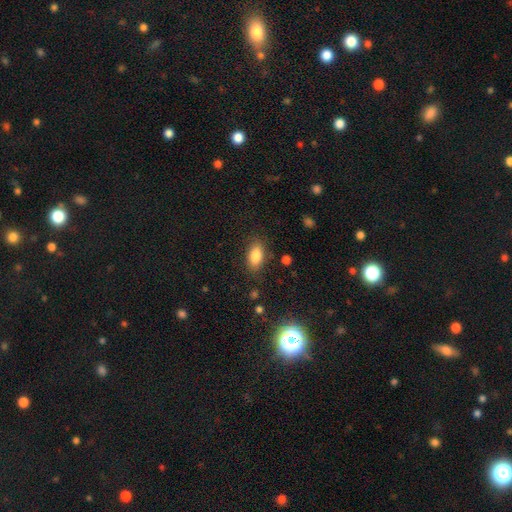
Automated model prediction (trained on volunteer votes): A smooth galaxy with no disk features (85%) that is in between round and cigar-shaped (89%).

Vote fractions:
- Smooth or featured? smooth: 85% / star or artifact: 8% / featured or disk: 7%
- How rounded? in between: 89% / cigar-shaped: 6% / round: 5%
- Merging? none: 83% / minor disturbance: 12% / major disturbance: 4% / merger: 2%